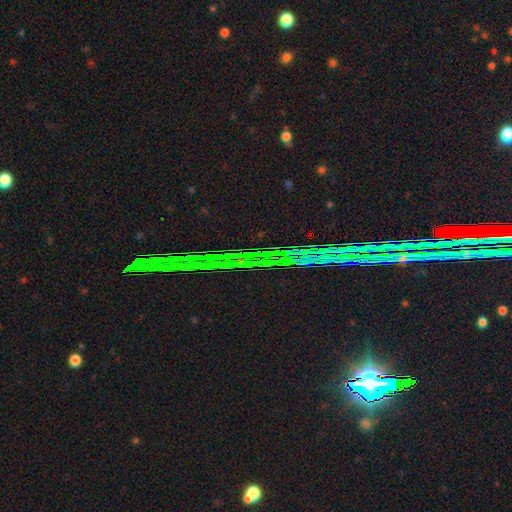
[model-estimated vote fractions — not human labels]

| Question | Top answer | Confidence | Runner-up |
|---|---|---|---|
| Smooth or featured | star or artifact | 83% | featured or disk (9%) |